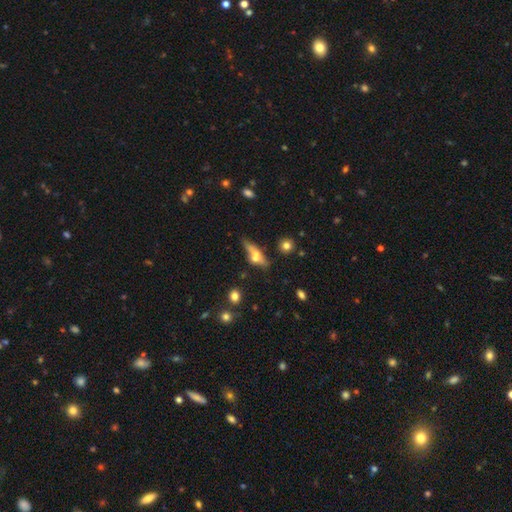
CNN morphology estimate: The model was most divided on "smooth or featured": smooth: 45%, featured or disk: 44%, star or artifact: 11%. Remaining: merging — none (43%).